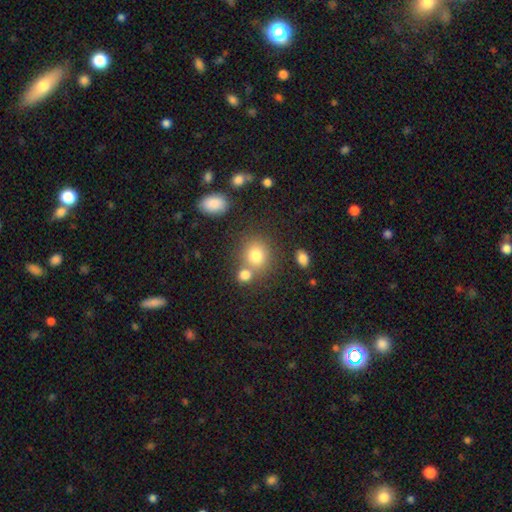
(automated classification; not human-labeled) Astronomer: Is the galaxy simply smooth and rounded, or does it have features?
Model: smooth — 79%.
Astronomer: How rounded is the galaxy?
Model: round — 78%.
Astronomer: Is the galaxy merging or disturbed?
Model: none — 60%.